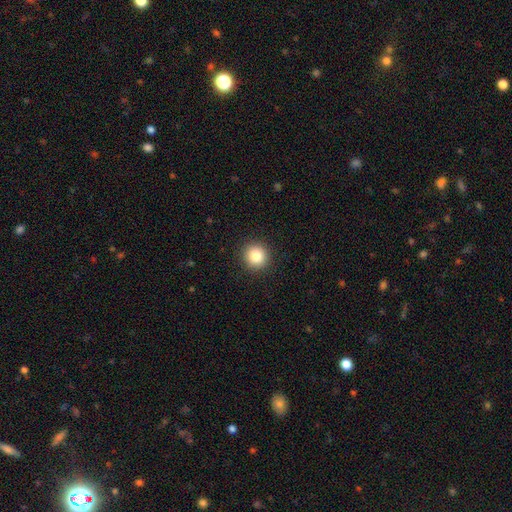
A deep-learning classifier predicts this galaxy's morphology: smooth_or_featured: smooth (p=0.83) [alt: star or artifact p=0.10]
how_rounded: round (p=0.93) [alt: in between p=0.06]
merging: none (p=0.92) [alt: minor disturbance p=0.05]